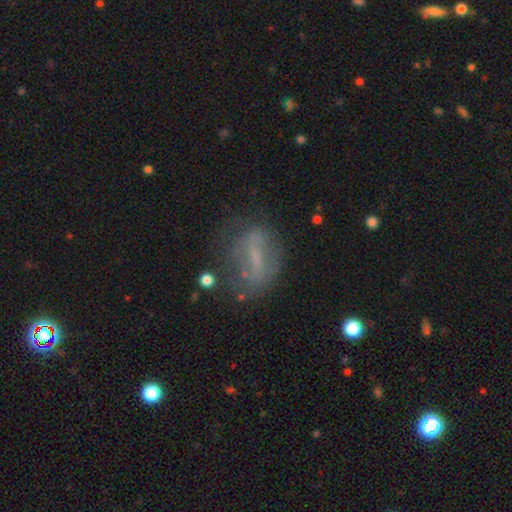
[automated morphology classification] Smooth or featured? featured or disk (49%)
Merging? none (63%)